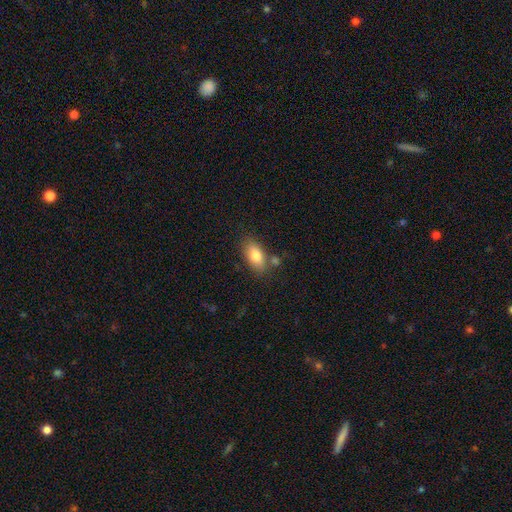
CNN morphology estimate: Overall: smooth (80%). How rounded: in between (90%). Merging: none (73%).